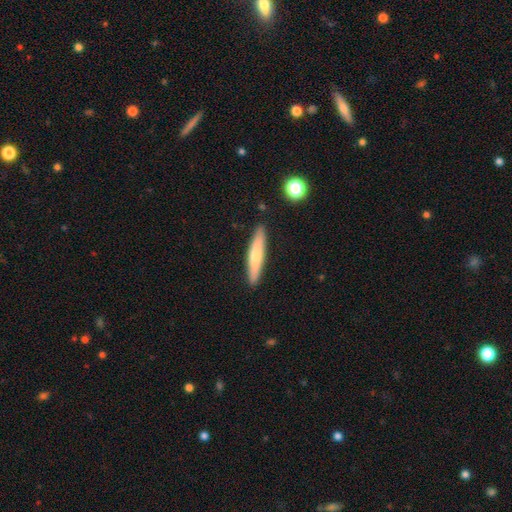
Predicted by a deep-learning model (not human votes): This appears to be a smooth galaxy with no disk features (67%) that is cigar-shaped (88%). Merging: none (89%).